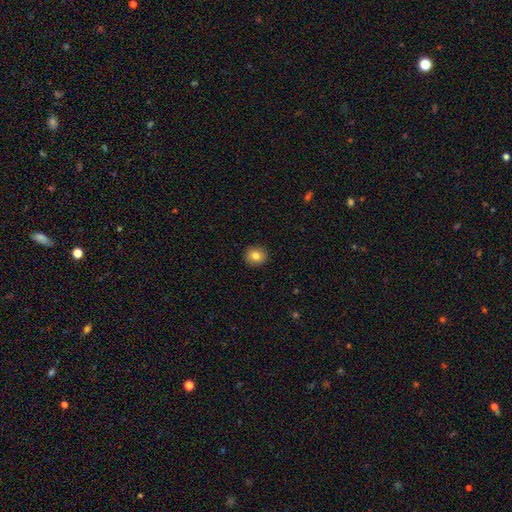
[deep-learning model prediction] Smooth or featured? Predicted: smooth (p=0.82). How rounded? Predicted: round (p=0.85). Merging? Predicted: none (p=0.91).